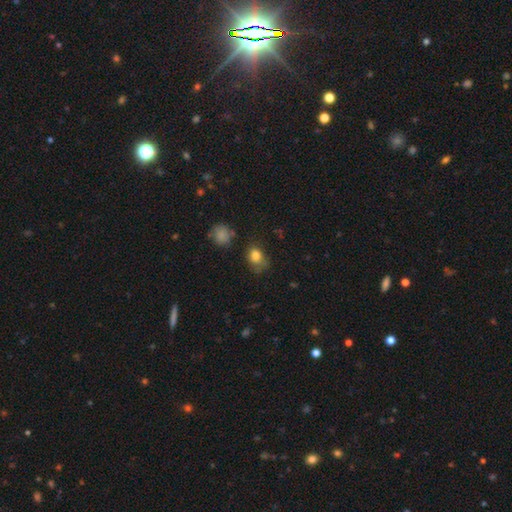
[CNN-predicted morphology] Smooth or featured? smooth (80%)
How rounded? in between (57%)
Merging? none (55%)